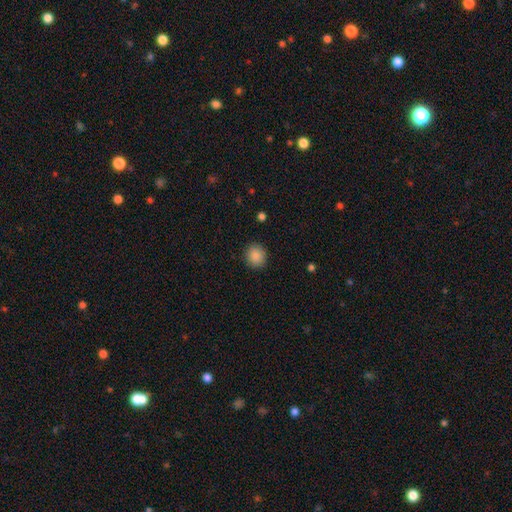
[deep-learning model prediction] Smooth or featured? smooth (88%)
How rounded? round (84%)
Merging? none (90%)